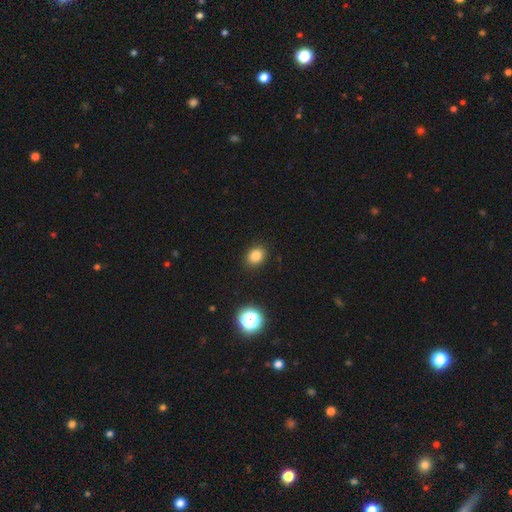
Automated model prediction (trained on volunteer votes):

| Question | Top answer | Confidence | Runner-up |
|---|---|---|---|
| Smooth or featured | smooth | 82% | star or artifact (13%) |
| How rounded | in between | 50% | round (49%) |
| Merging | none | 90% | minor disturbance (7%) |